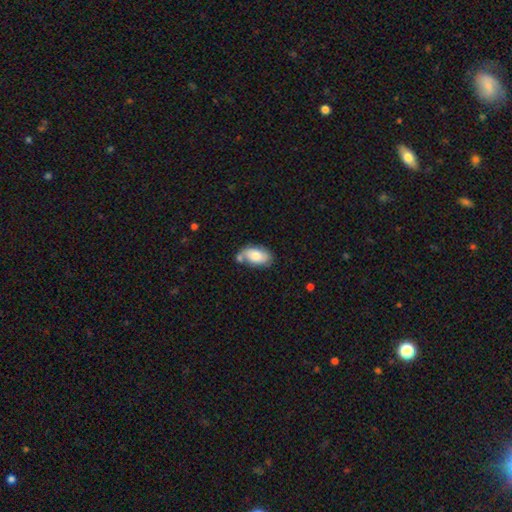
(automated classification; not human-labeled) Smooth or featured?
  - smooth: 69% *
  - featured or disk: 24%
  - star or artifact: 7%
How rounded?
  - in between: 93% *
  - round: 5%
  - cigar-shaped: 2%
Merging?
  - none: 51% *
  - minor disturbance: 24%
  - merger: 18%
  - major disturbance: 7%